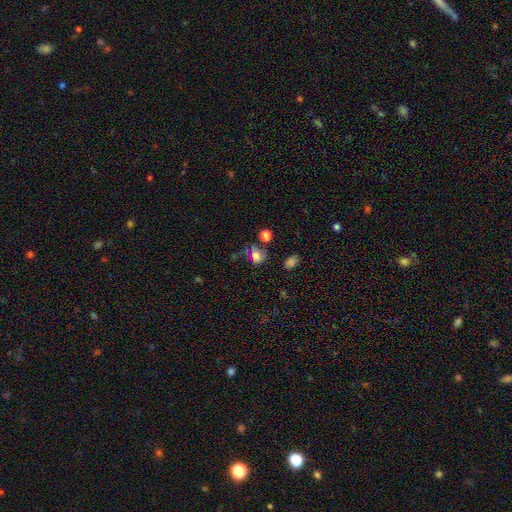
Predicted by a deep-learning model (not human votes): A smooth galaxy with no disk features (67%) that is in between round and cigar-shaped (50%).

Vote fractions:
- Smooth or featured? smooth: 67% / star or artifact: 18% / featured or disk: 15%
- How rounded? in between: 50% / round: 48% / cigar-shaped: 2%
- Merging? none: 43% / minor disturbance: 23% / major disturbance: 19% / merger: 15%